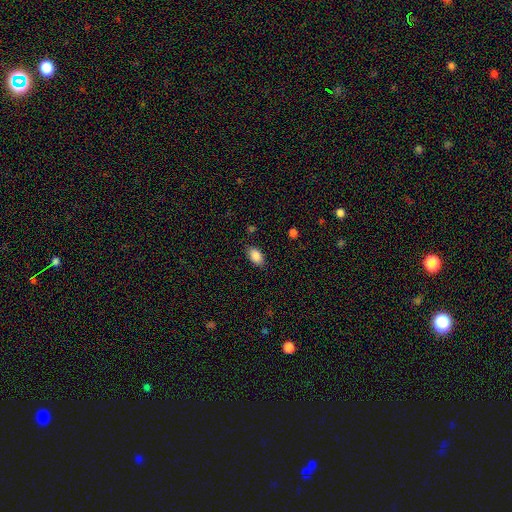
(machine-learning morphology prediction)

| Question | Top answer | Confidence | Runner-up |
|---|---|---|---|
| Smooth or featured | smooth | 87% | star or artifact (8%) |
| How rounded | in between | 91% | round (7%) |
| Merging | none | 84% | minor disturbance (12%) |